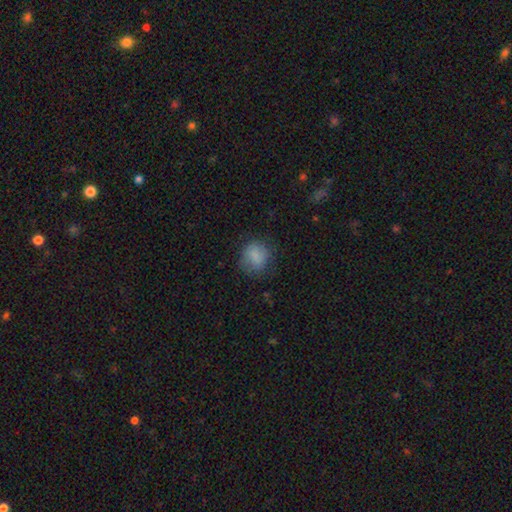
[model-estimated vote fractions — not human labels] This is likely a smooth galaxy (80%). How rounded: likely round (74%). Merging: likely none (66%).